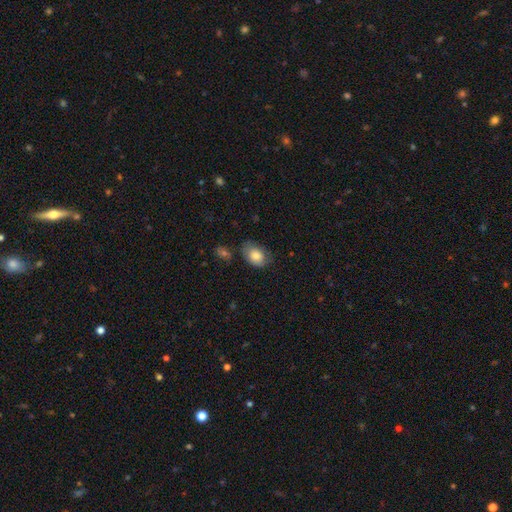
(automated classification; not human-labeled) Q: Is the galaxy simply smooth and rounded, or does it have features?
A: smooth — 79%.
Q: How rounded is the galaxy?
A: in between — 80%.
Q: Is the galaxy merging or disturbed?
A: none — 64%.